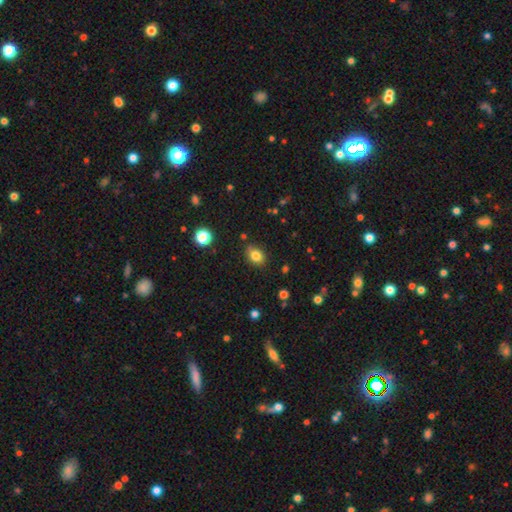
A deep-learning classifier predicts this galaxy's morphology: Smooth or featured?
  - smooth: 82% *
  - star or artifact: 11%
  - featured or disk: 7%
How rounded?
  - in between: 64% *
  - round: 35%
  - cigar-shaped: 1%
Merging?
  - none: 82% *
  - minor disturbance: 12%
  - merger: 3%
  - major disturbance: 3%